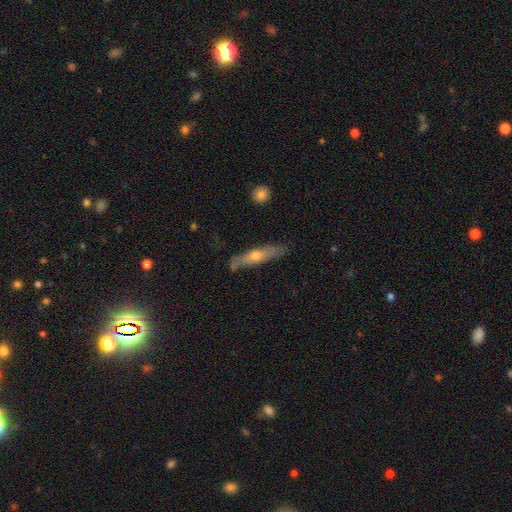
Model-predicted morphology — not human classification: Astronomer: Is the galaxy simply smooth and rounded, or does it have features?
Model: featured or disk — 58% (runner-up: smooth, 34%).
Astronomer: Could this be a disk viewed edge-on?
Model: yes — 86%.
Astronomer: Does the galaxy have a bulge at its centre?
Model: rounded — 85%.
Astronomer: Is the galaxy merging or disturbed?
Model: none — 83%.